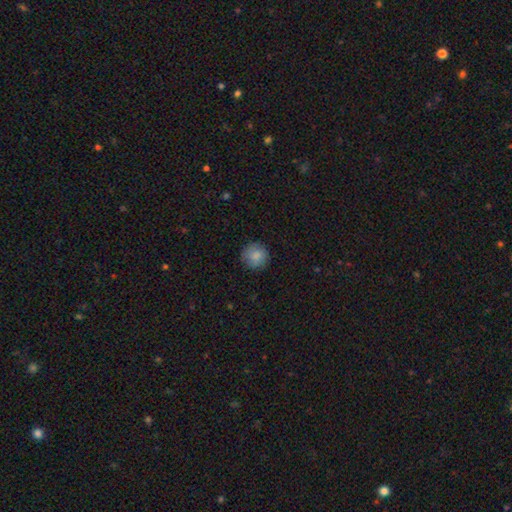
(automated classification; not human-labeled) Smooth or featured? Predicted: smooth (p=0.86). How rounded? Predicted: round (p=0.94). Merging? Predicted: none (p=0.87).